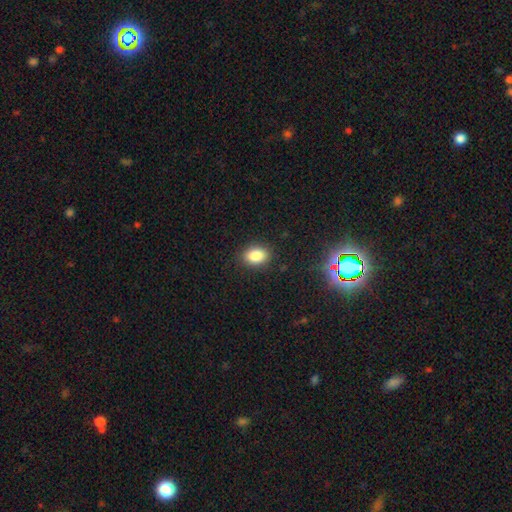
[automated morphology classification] type=smooth (85%); roundness=in between (74%); merging=none (88%).